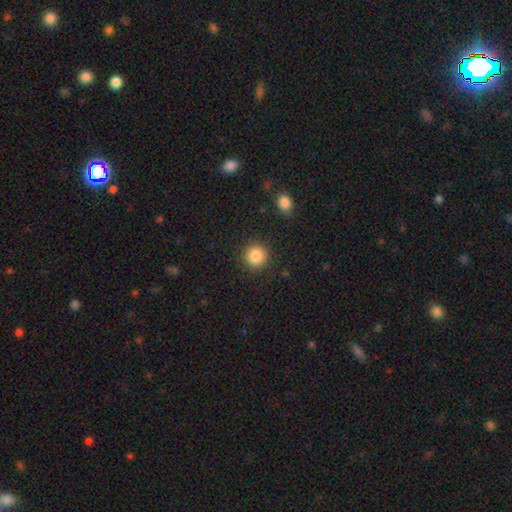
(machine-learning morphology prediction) type=smooth (85%); roundness=round (93%); merging=none (90%).